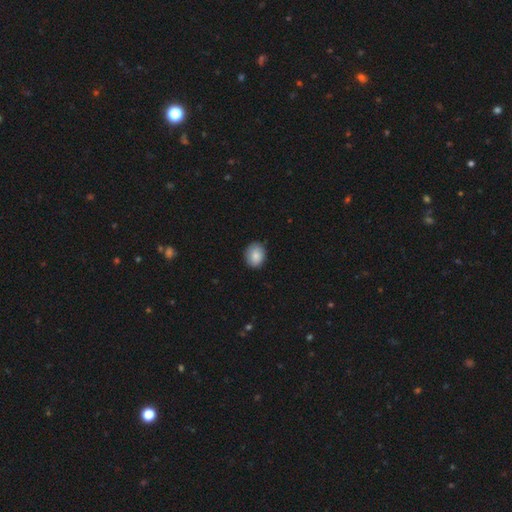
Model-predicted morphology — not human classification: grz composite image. It shows a smooth galaxy with no disk features (85%) that is in between round and cigar-shaped (52%). Merging: none (83%).